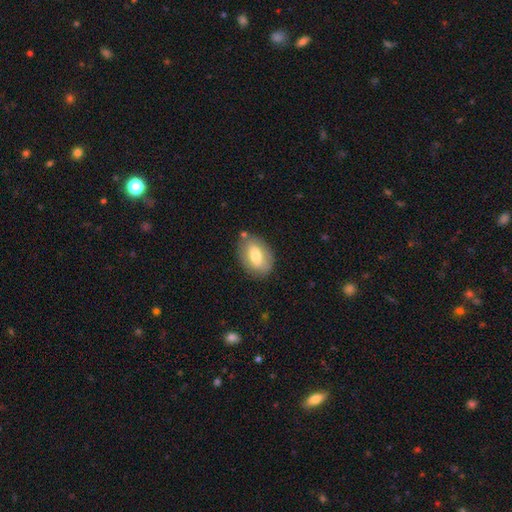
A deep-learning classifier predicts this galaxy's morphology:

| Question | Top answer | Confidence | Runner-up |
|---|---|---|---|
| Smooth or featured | smooth | 66% | featured or disk (27%) |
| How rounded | in between | 87% | round (11%) |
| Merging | none | 78% | minor disturbance (14%) |